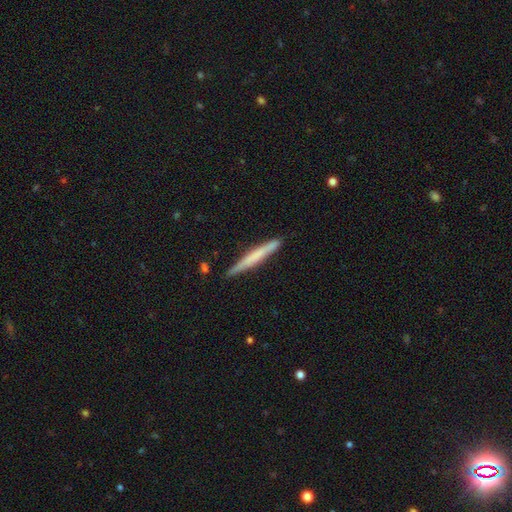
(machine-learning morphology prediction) smooth 54%, featured or disk 40%, star or artifact 6%. Down the decision tree: how rounded — cigar-shaped (96%); merging — none (87%).